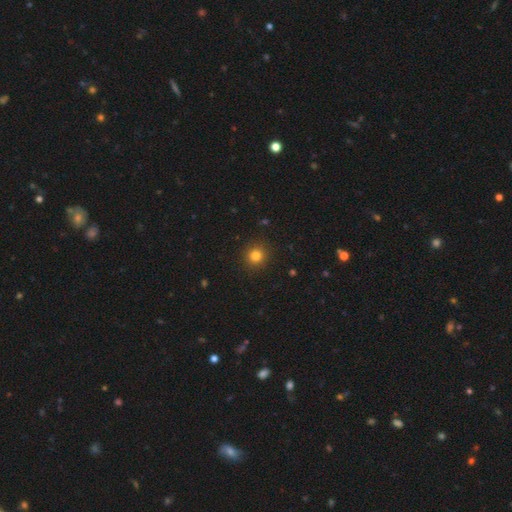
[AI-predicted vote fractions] This is clearly a smooth galaxy (81%). How rounded: clearly round (94%). Merging: clearly none (92%).